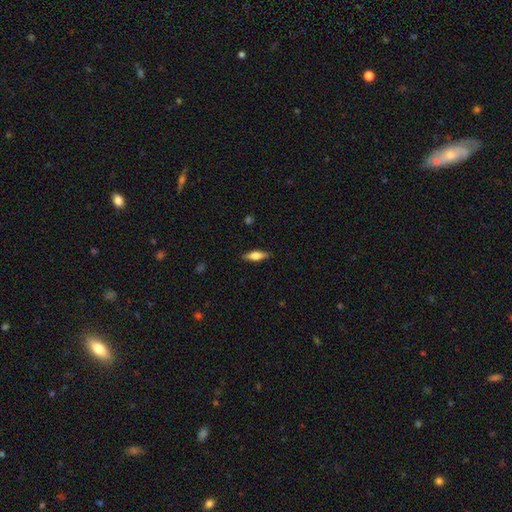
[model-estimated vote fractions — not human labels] This is possibly a smooth galaxy (57%). How rounded: possibly in between (51%). Merging: clearly none (87%).